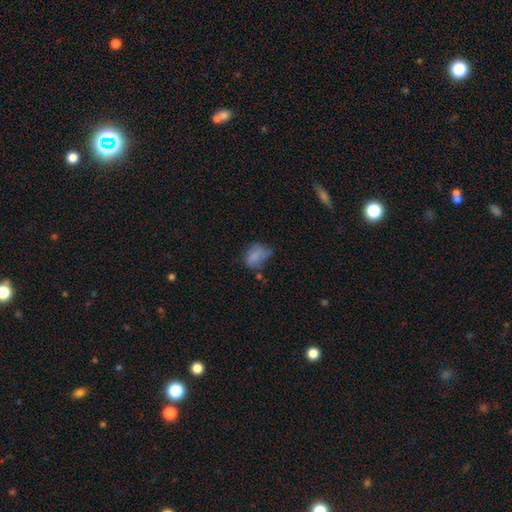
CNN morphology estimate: type=smooth (72%); roundness=in between (75%); merging=none (37%).